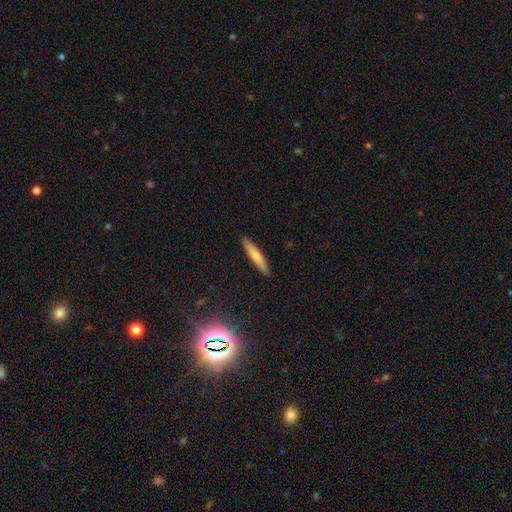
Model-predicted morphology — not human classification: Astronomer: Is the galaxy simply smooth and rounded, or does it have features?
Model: smooth — 68%.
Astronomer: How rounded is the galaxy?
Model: cigar-shaped — 91%.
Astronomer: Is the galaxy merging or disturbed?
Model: none — 90%.